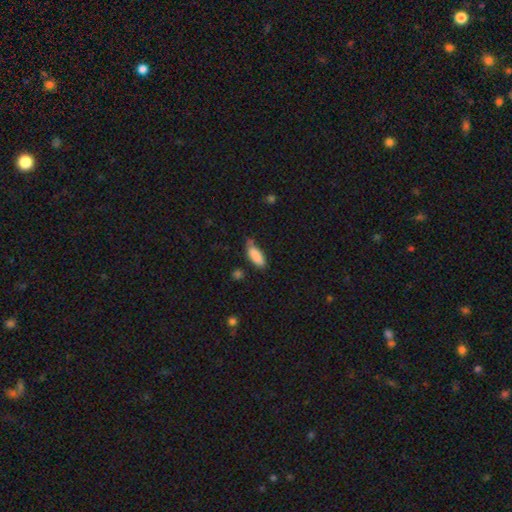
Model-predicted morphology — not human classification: type=smooth (87%); roundness=in between (76%); merging=none (60%).